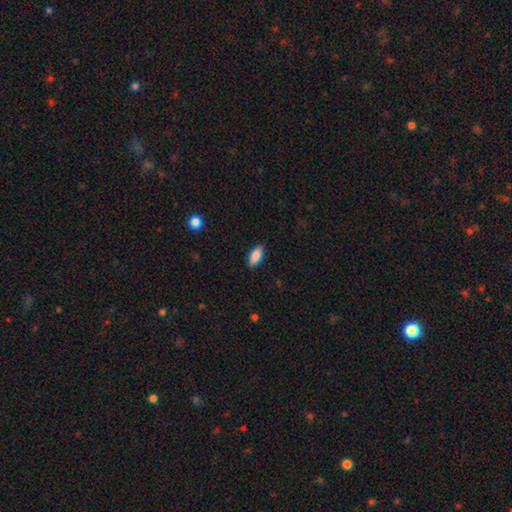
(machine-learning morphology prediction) This is clearly a smooth galaxy (87%). How rounded: clearly in between (86%). Merging: clearly none (87%).